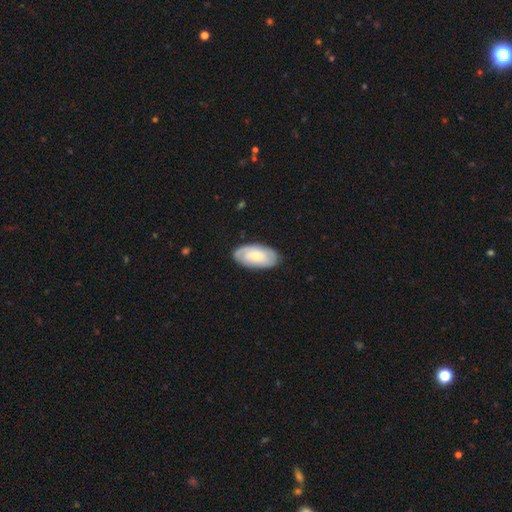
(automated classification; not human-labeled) Morphology: type=featured or disk (55%); edge-on=no (93%); bar=no (77%); spiral arms=yes (80%); bulge=small (60%); merging=none (83%).